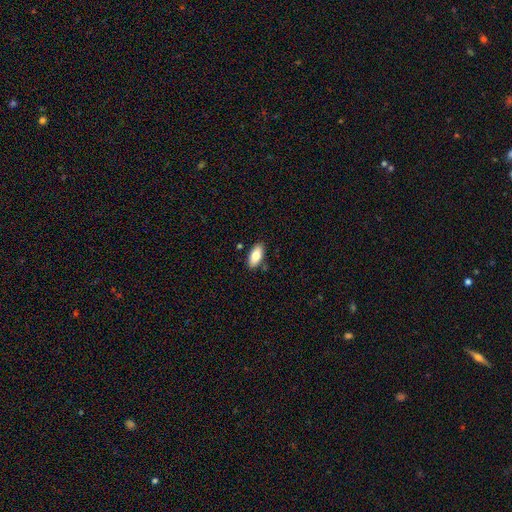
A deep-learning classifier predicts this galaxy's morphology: The model was most divided on "smooth or featured": smooth: 79%, featured or disk: 14%, star or artifact: 7%. More confident: how rounded — in between (89%); merging — none (85%).